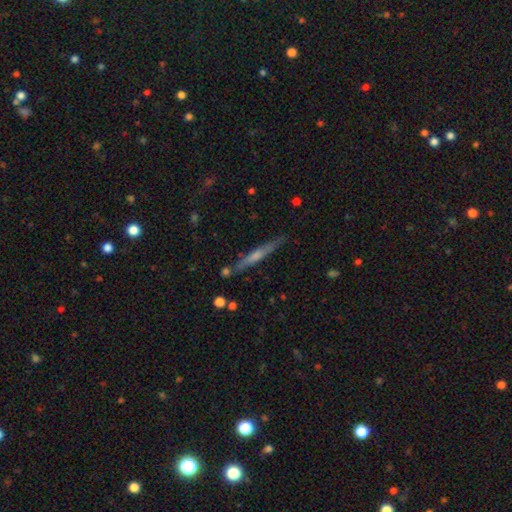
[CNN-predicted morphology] This is likely a featured or disk galaxy (60%). It is clearly viewed edge-on (96%). Edge-on bulge: possibly rounded (49%). Merging: clearly none (84%).